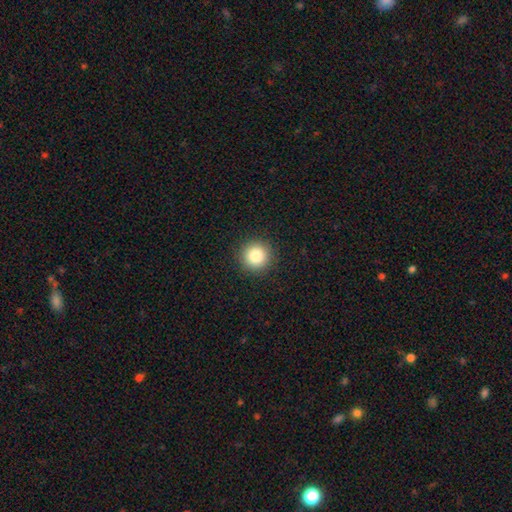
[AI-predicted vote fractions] A smooth galaxy with no disk features (85%) that is round (95%).

Vote fractions:
- Smooth or featured? smooth: 85% / star or artifact: 10% / featured or disk: 6%
- How rounded? round: 95% / in between: 4% / cigar-shaped: 1%
- Merging? none: 92% / minor disturbance: 5% / major disturbance: 2% / merger: 1%